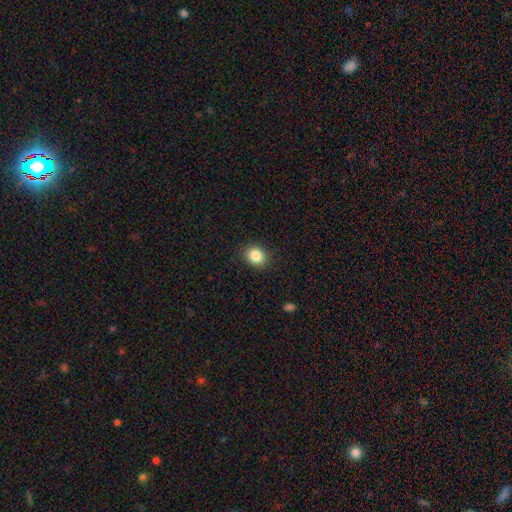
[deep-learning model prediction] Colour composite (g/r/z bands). It shows a smooth galaxy with no disk features (85%) that is round (65%). Merging: none (89%).